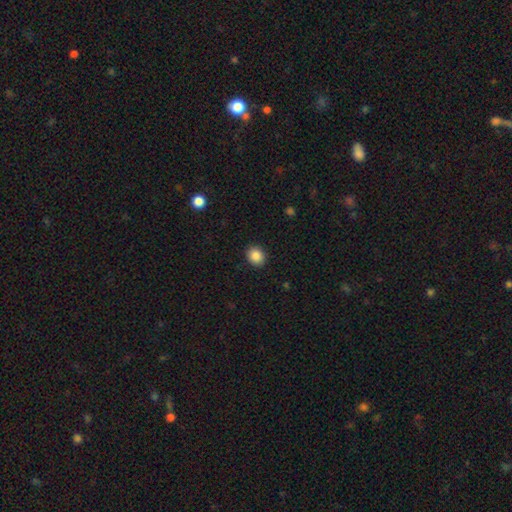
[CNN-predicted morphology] Smooth or featured? Predicted: smooth (p=0.87). How rounded? Predicted: round (p=0.66). Merging? Predicted: none (p=0.90).